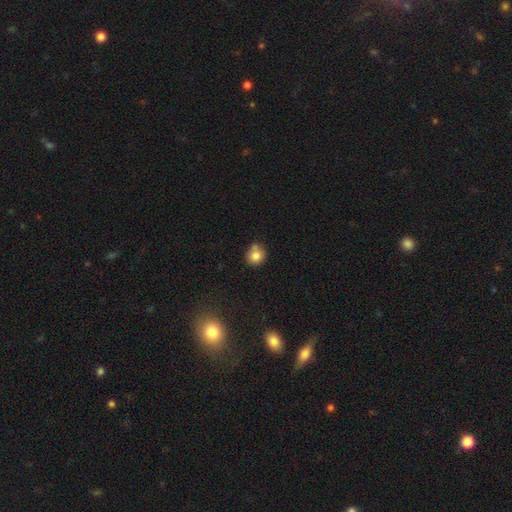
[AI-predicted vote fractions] Smooth or featured? Predicted: smooth (p=0.79). How rounded? Predicted: round (p=0.86). Merging? Predicted: none (p=0.59).